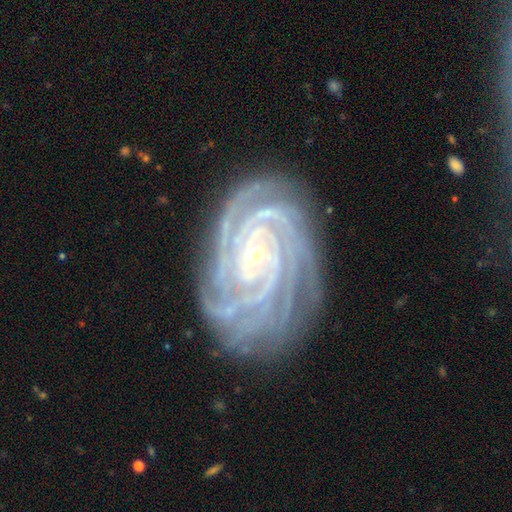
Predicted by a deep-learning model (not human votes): Overall: featured or disk (92%). Edge-on disk: no (97%). Bar: no (69%). Spiral arms: yes (99%). Spiral arm count: 4 (33%; more than 4 20%). Spiral winding: tight (86%). Bulge size: small (83%). Merging: none (79%).